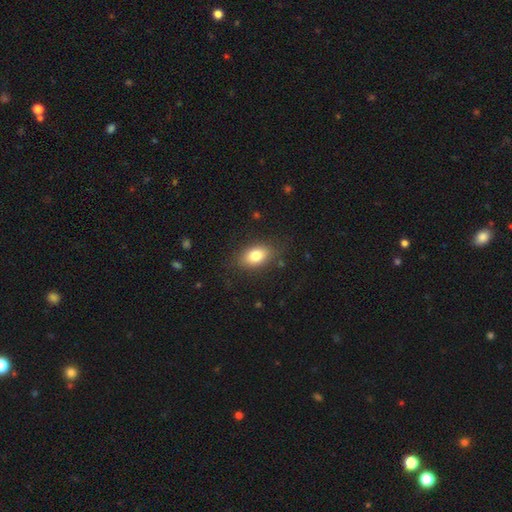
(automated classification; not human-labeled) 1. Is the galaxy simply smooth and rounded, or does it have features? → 80% smooth, 12% featured or disk, 9% star or artifact.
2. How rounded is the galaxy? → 84% in between, 13% round, 3% cigar-shaped.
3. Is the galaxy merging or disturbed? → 83% none, 12% minor disturbance, 4% major disturbance, 1% merger.